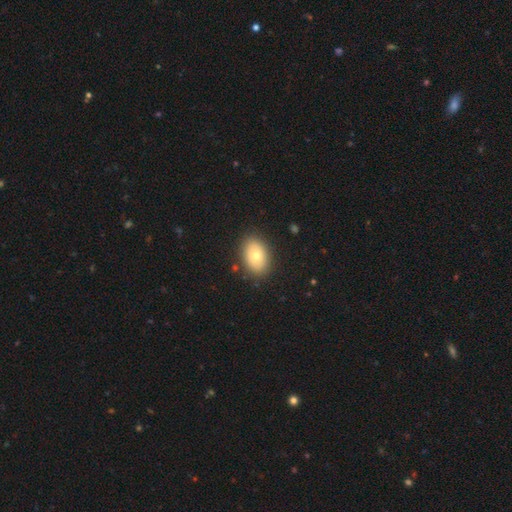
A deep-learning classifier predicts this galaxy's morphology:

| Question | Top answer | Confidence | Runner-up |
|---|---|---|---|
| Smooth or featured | smooth | 75% | featured or disk (17%) |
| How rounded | in between | 83% | round (16%) |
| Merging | none | 87% | minor disturbance (9%) |